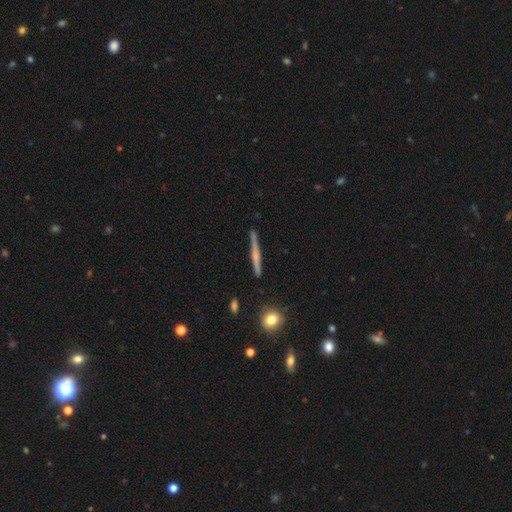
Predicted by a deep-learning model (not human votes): smooth-or-featured: featured or disk: 61% | smooth: 33% | star or artifact: 7%
  disk-edge-on: yes: 98% | no: 2%
    edge-on-bulge: rounded: 57% | none: 33% | boxy: 10%
  merging: none: 88% | minor disturbance: 8% | merger: 2% | major disturbance: 2%